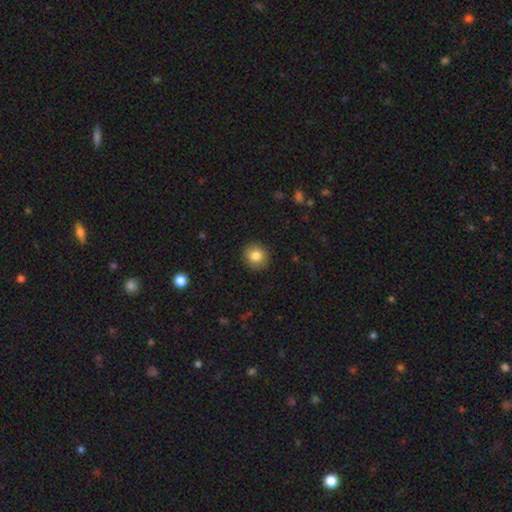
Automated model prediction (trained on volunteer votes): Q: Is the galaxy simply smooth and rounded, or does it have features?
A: smooth — 83%.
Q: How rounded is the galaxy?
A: round — 90%.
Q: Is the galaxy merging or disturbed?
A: none — 91%.